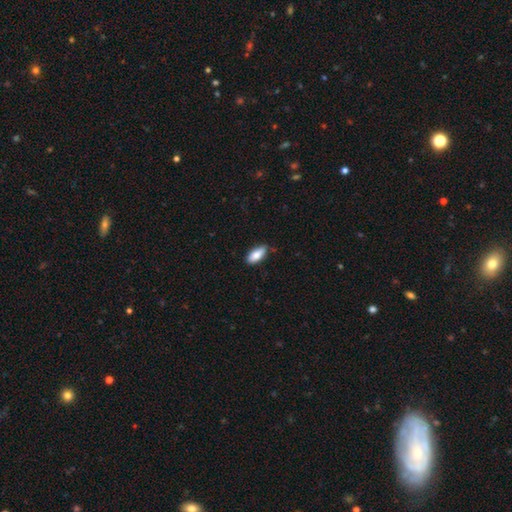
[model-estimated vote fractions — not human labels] This appears to be a smooth galaxy with no disk features (83%) that is in between round and cigar-shaped (84%). Merging: none (81%).